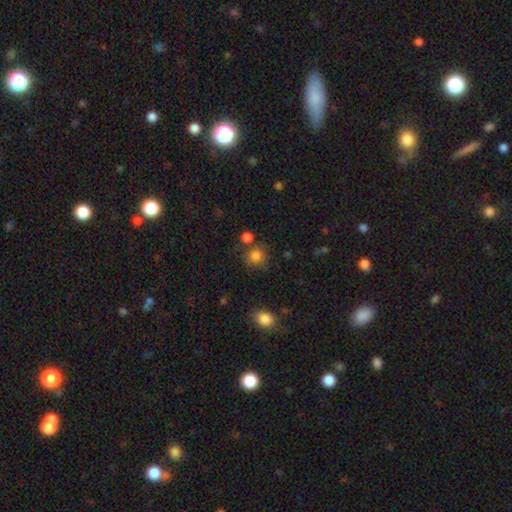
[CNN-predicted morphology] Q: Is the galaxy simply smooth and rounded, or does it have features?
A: smooth — 83%.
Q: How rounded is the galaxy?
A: round — 88%.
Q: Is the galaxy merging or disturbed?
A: none — 71%.